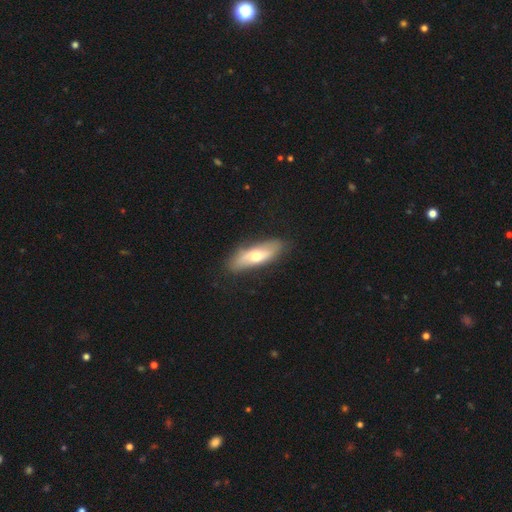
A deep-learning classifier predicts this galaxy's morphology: smooth-or-featured: smooth: 54% | featured or disk: 40% | star or artifact: 6%
  how-rounded: in between: 53% | cigar-shaped: 44% | round: 3%
  merging: none: 81% | minor disturbance: 14% | major disturbance: 3% | merger: 1%